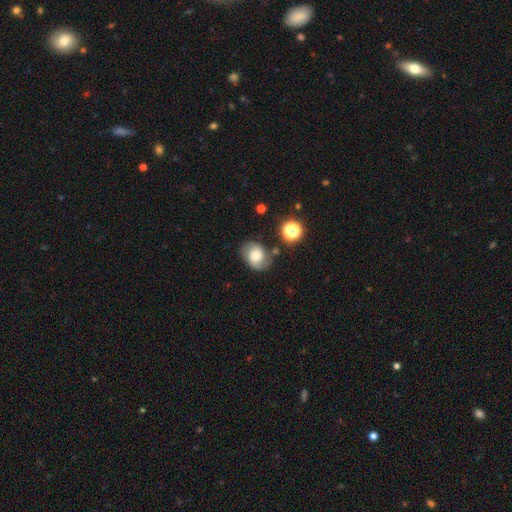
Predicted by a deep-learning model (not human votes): Smooth or featured?
  - smooth: 51% *
  - featured or disk: 37%
  - star or artifact: 12%
How rounded?
  - in between: 56% *
  - round: 43%
  - cigar-shaped: 1%
Merging?
  - none: 71% *
  - minor disturbance: 18%
  - major disturbance: 6%
  - merger: 5%